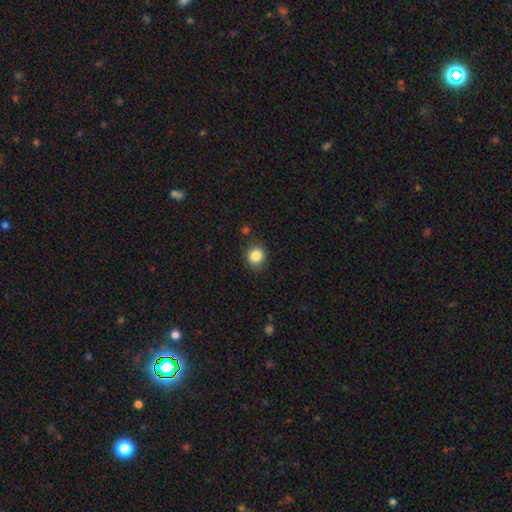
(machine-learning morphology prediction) smooth-or-featured: smooth: 85% | star or artifact: 10% | featured or disk: 4%
  how-rounded: round: 79% | in between: 20% | cigar-shaped: 1%
  merging: none: 84% | minor disturbance: 11% | major disturbance: 3% | merger: 2%